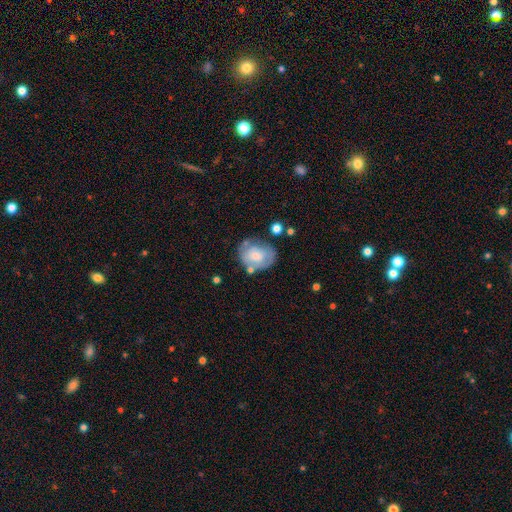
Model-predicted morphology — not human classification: smooth_or_featured: smooth (p=0.57) [alt: featured or disk p=0.36]
how_rounded: in between (p=0.54) [alt: round p=0.45]
merging: none (p=0.52) [alt: minor disturbance p=0.26]